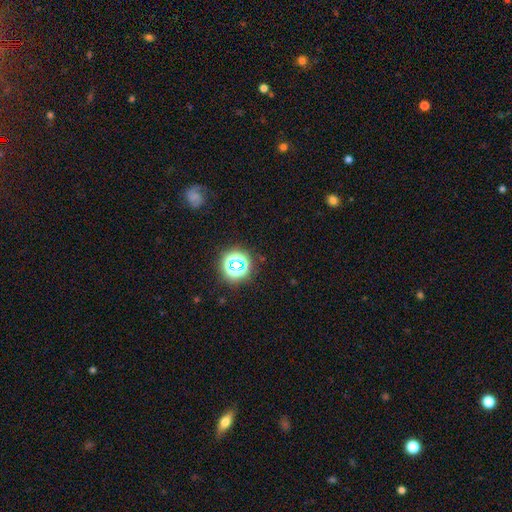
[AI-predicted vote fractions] Morphology: type=star or artifact (69%).